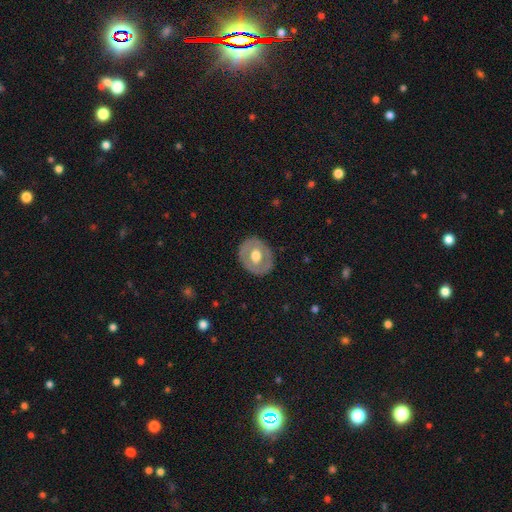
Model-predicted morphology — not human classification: featured or disk 49%, smooth 45%, star or artifact 5%. Down the decision tree: merging — none (83%).